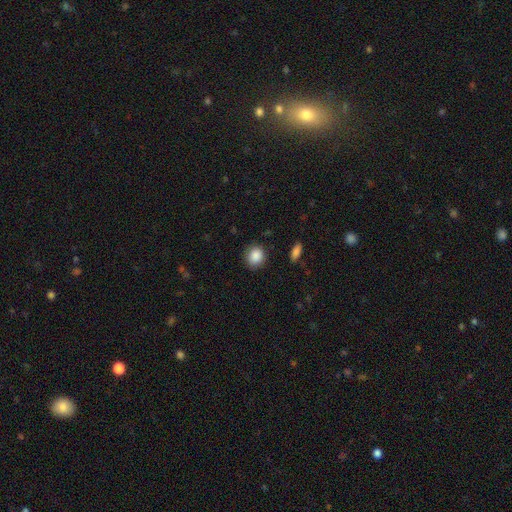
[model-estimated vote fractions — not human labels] Smooth or featured: smooth — 88% (star or artifact — 8%)
How rounded: round — 79% (in between — 20%)
Merging: none — 86% (minor disturbance — 10%)